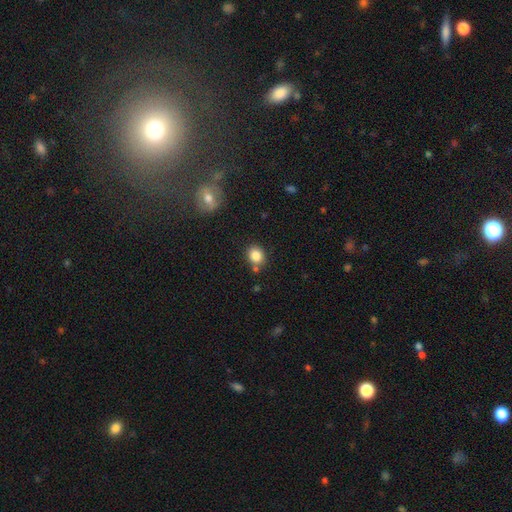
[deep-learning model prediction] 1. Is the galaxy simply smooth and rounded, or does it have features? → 85% smooth, 10% star or artifact, 6% featured or disk.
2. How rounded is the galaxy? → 65% round, 34% in between, 1% cigar-shaped.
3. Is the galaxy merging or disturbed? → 75% none, 12% minor disturbance, 10% merger, 3% major disturbance.